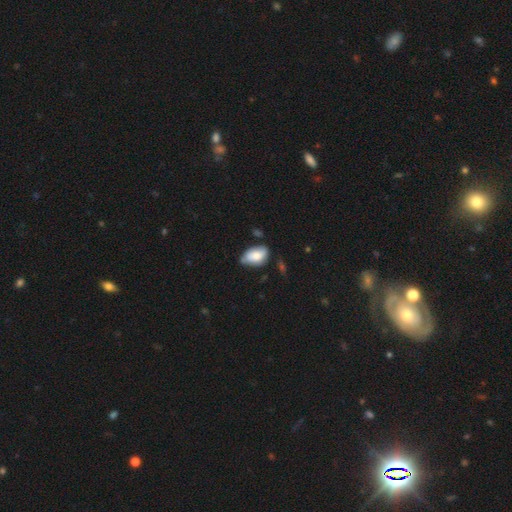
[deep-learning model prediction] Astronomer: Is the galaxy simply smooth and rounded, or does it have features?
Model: smooth — 76%.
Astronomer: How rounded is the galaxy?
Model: in between — 92%.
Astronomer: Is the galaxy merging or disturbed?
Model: none — 48% (runner-up: minor disturbance, 37%).